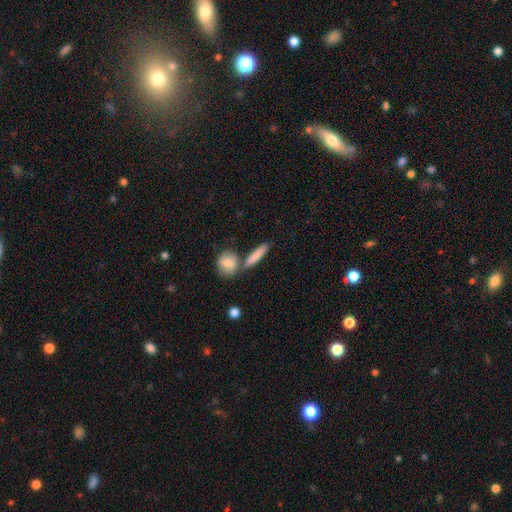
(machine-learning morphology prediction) Smooth or featured?
  - smooth: 81% *
  - featured or disk: 13%
  - star or artifact: 6%
How rounded?
  - cigar-shaped: 74% *
  - in between: 20%
  - round: 6%
Merging?
  - none: 69% *
  - merger: 18%
  - minor disturbance: 10%
  - major disturbance: 3%